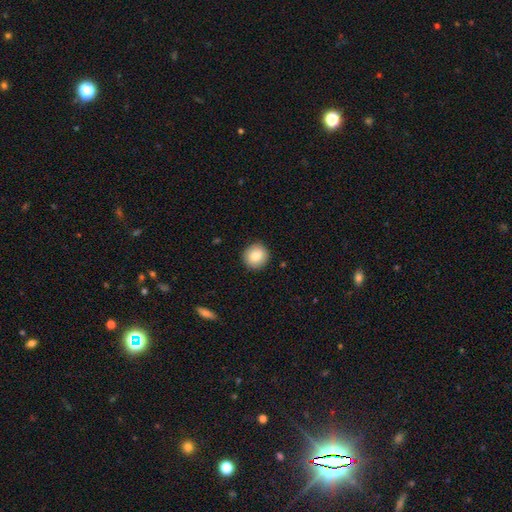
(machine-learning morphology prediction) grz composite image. It shows a smooth galaxy with no disk features (83%) that is round (94%). Merging: none (91%).